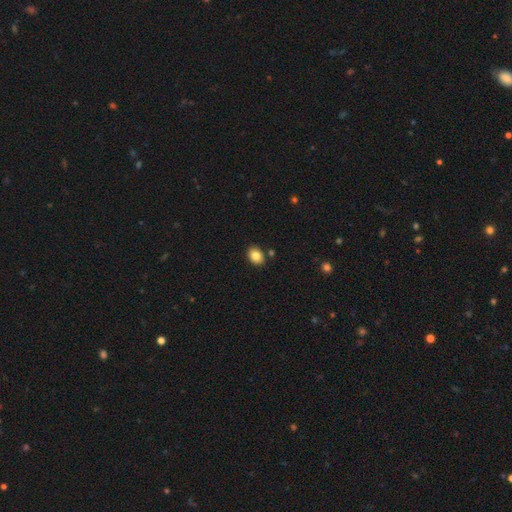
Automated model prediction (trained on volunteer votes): Smooth or featured? Predicted: smooth (p=0.84). How rounded? Predicted: in between (p=0.68). Merging? Predicted: none (p=0.85).